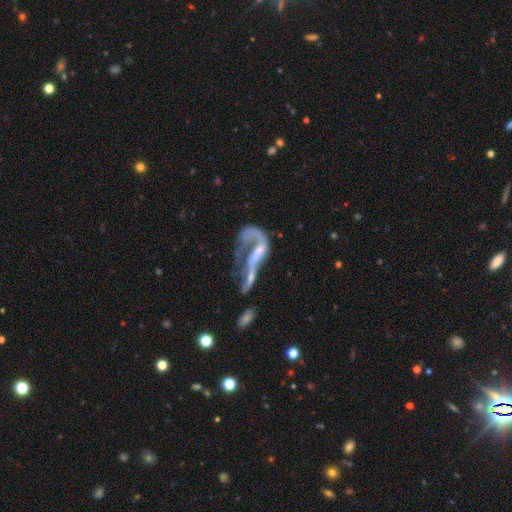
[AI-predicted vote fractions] smooth_or_featured: featured or disk (p=0.72) [alt: smooth p=0.17]
disk_edge_on: no (p=0.87) [alt: yes p=0.13]
bar: no (p=0.59) [alt: weak p=0.25]
has_spiral_arms: yes (p=0.59) [alt: no p=0.41]
bulge_size: small (p=0.39) [alt: none p=0.38]
merging: major disturbance (p=0.40) [alt: merger p=0.32]